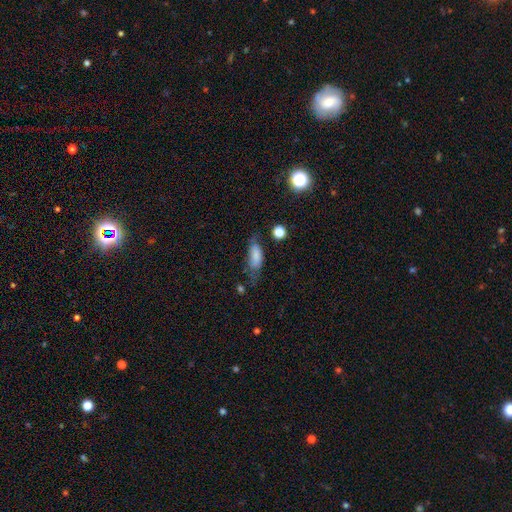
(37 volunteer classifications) Q: Smooth or featured?
A: smooth (81%); runner-up: featured or disk (19%)
Q: How rounded?
A: in between (57%); runner-up: cigar-shaped (40%)
Q: Merging?
A: none (41%); runner-up: minor disturbance (30%)